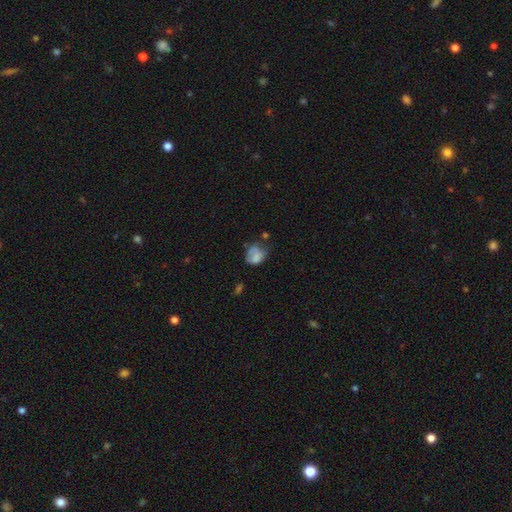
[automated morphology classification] A smooth galaxy with no disk features (64%) that is round (52%). Merging: none (34%).